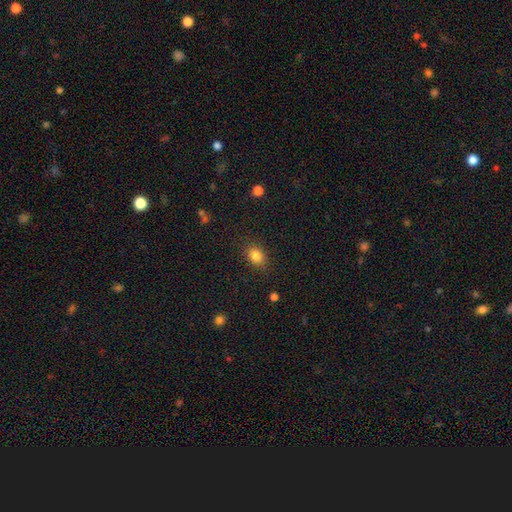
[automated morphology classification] smooth_or_featured: smooth (p=0.84) [alt: star or artifact p=0.10]
how_rounded: in between (p=0.65) [alt: round p=0.34]
merging: none (p=0.84) [alt: minor disturbance p=0.12]